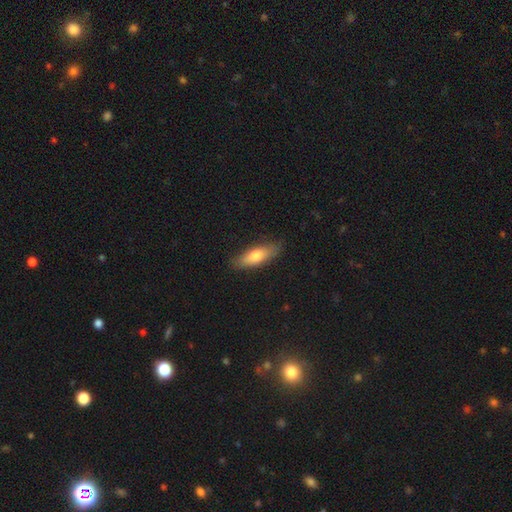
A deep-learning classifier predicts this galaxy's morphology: A smooth galaxy with no disk features (71%) that is in between round and cigar-shaped (55%).

Vote fractions:
- Smooth or featured? smooth: 71% / featured or disk: 23% / star or artifact: 6%
- How rounded? in between: 55% / cigar-shaped: 43% / round: 2%
- Merging? none: 83% / minor disturbance: 13% / major disturbance: 2% / merger: 1%